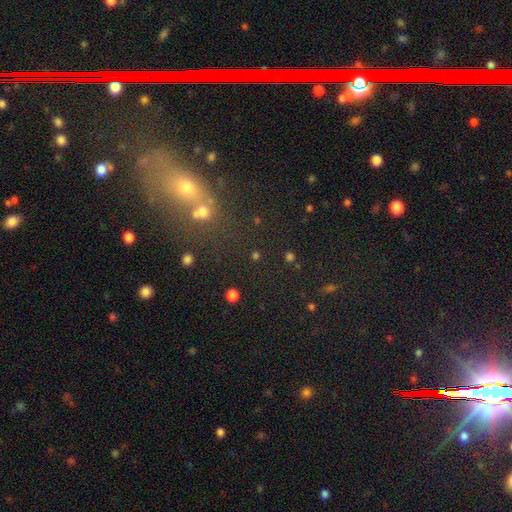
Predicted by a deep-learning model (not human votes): smooth-or-featured: smooth: 47% | star or artifact: 41% | featured or disk: 12%
  merging: none: 61% | merger: 25% | minor disturbance: 9% | major disturbance: 5%